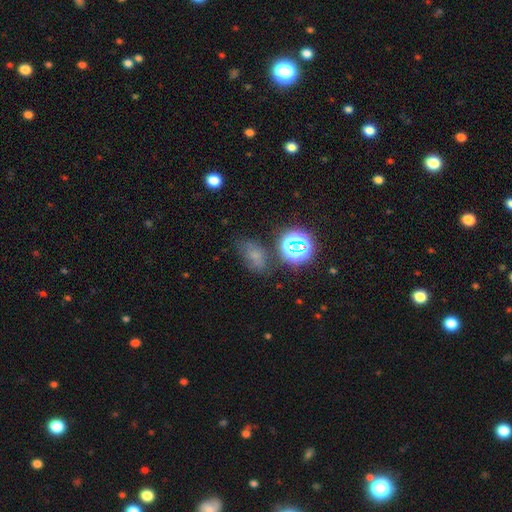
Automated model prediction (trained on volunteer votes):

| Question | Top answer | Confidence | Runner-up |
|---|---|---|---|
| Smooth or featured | smooth | 52% | star or artifact (30%) |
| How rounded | in between | 77% | round (20%) |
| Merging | none | 56% | minor disturbance (26%) |